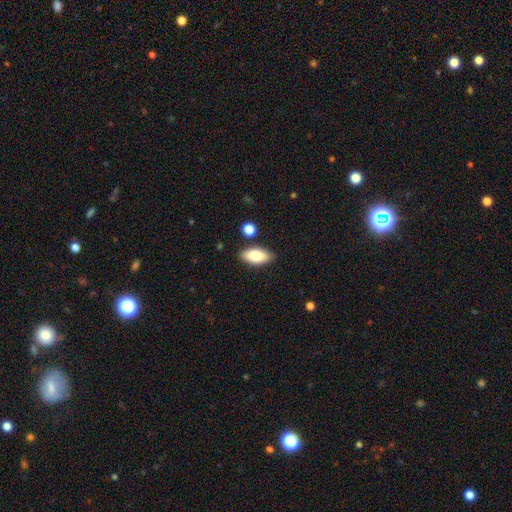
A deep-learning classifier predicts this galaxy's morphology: Smooth or featured? smooth (80%)
How rounded? in between (87%)
Merging? none (84%)